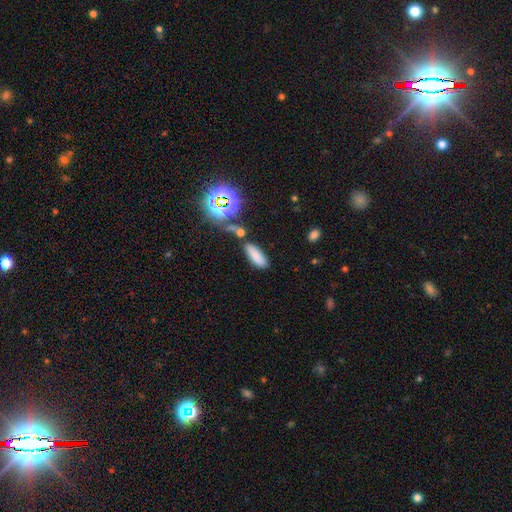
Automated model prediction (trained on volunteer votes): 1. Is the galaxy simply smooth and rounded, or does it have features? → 78% smooth, 15% star or artifact, 7% featured or disk.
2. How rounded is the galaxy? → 58% in between, 39% cigar-shaped, 3% round.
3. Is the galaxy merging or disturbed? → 75% none, 12% minor disturbance, 9% merger, 4% major disturbance.